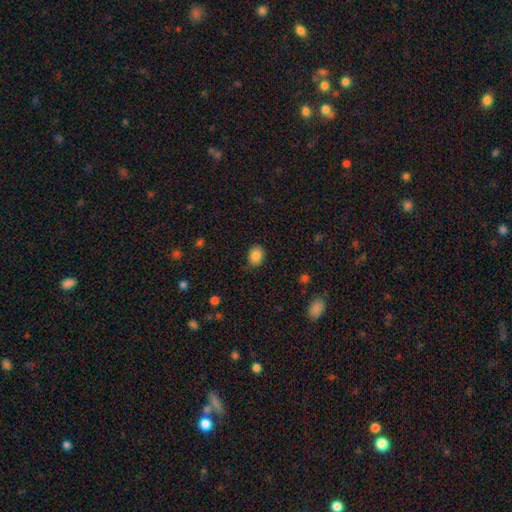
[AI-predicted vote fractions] A smooth galaxy with no disk features (85%) that is in between round and cigar-shaped (50%).

Vote fractions:
- Smooth or featured? smooth: 85% / star or artifact: 9% / featured or disk: 6%
- How rounded? in between: 50% / round: 49% / cigar-shaped: 1%
- Merging? none: 81% / minor disturbance: 15% / major disturbance: 3% / merger: 1%